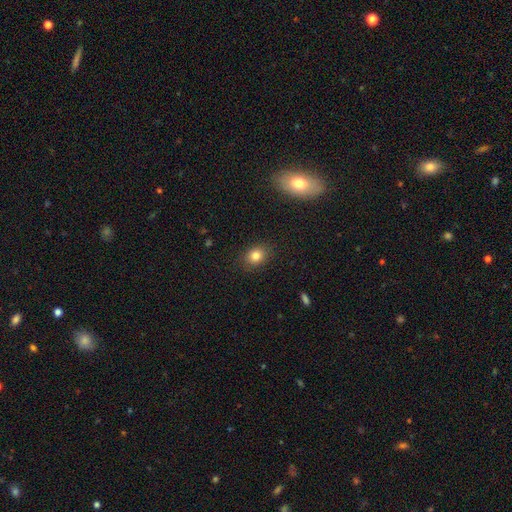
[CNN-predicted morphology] smooth_or_featured: smooth (p=0.81) [alt: star or artifact p=0.12]
how_rounded: round (p=0.51) [alt: in between p=0.48]
merging: none (p=0.86) [alt: minor disturbance p=0.10]